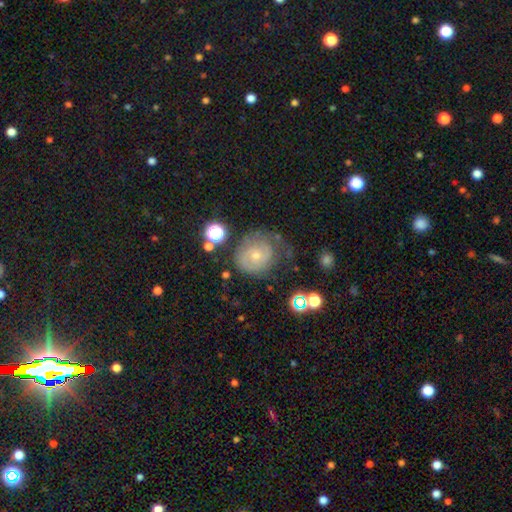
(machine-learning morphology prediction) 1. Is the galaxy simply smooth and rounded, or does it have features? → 56% featured or disk, 32% smooth, 12% star or artifact.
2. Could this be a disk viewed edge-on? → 97% no, 3% yes.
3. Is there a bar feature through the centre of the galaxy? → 76% no, 20% weak, 4% strong.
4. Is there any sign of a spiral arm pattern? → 73% yes, 27% no.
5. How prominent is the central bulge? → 58% small, 37% moderate, 2% none, 2% large, 1% dominant.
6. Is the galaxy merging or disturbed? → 51% none, 27% minor disturbance, 17% major disturbance, 4% merger.